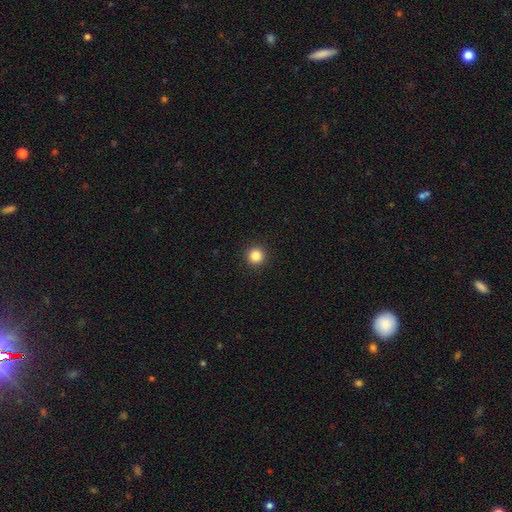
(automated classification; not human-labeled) Smooth or featured?
  - smooth: 85% *
  - star or artifact: 11%
  - featured or disk: 4%
How rounded?
  - round: 96% *
  - in between: 3%
  - cigar-shaped: 1%
Merging?
  - none: 93% *
  - minor disturbance: 4%
  - major disturbance: 2%
  - merger: 1%